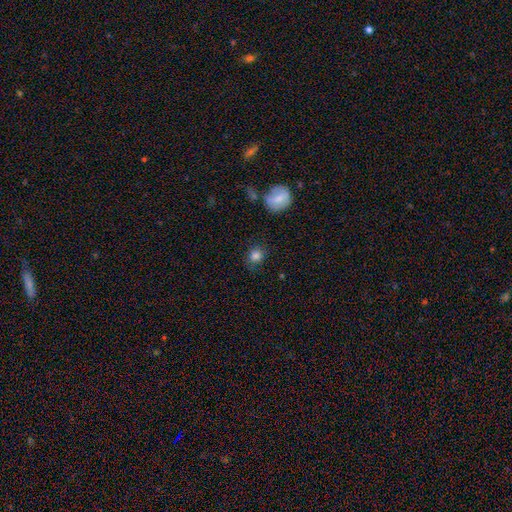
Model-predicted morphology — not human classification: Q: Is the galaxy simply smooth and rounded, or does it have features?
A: smooth — 82%.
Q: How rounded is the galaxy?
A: round — 80%.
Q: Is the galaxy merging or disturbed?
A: none — 79%.